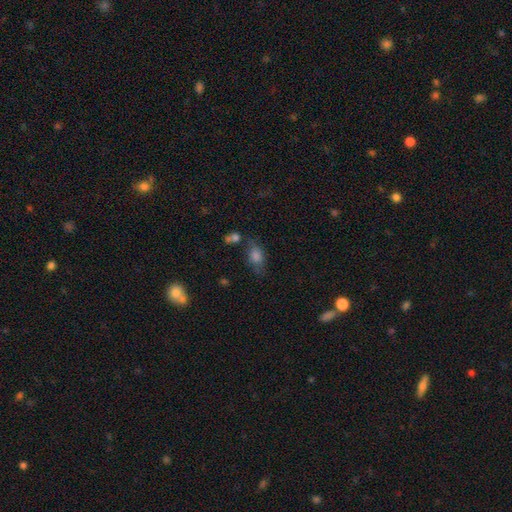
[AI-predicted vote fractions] smooth_or_featured: smooth (p=0.74) [alt: star or artifact p=0.14]
how_rounded: in between (p=0.80) [alt: round p=0.16]
merging: none (p=0.60) [alt: minor disturbance p=0.21]